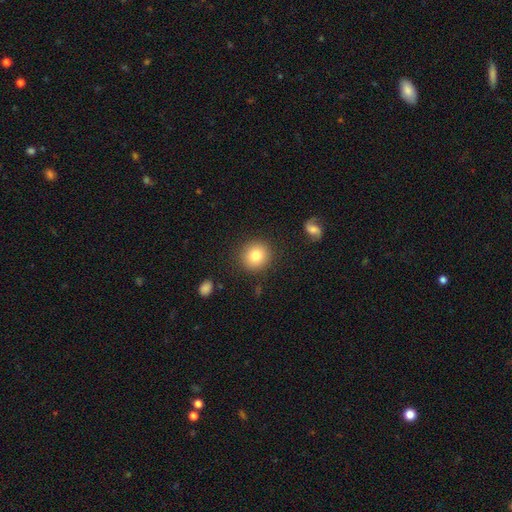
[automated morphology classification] The model was most divided on "smooth or featured": smooth: 81%, featured or disk: 10%, star or artifact: 9%. More confident: how rounded — round (91%); merging — none (89%).